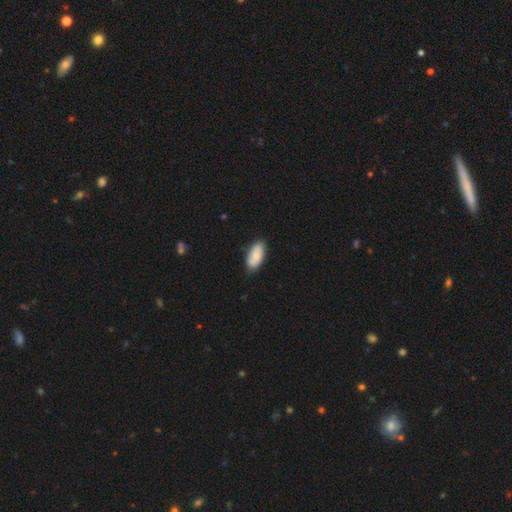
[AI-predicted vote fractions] smooth_or_featured: smooth (p=0.69) [alt: featured or disk p=0.24]
how_rounded: in between (p=0.90) [alt: cigar-shaped p=0.07]
merging: none (p=0.80) [alt: minor disturbance p=0.16]